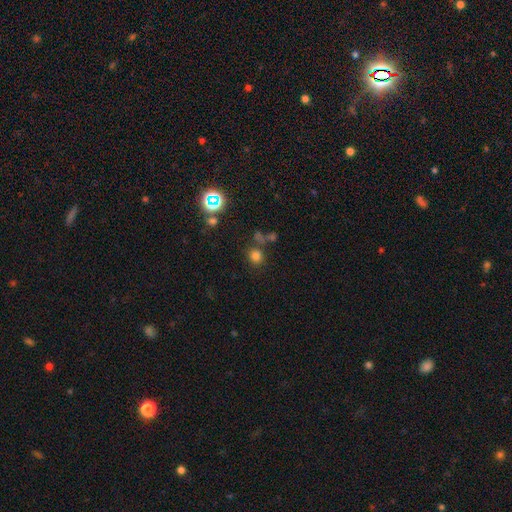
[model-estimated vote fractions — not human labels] Smooth or featured? smooth (71%)
How rounded? round (86%)
Merging? none (71%)